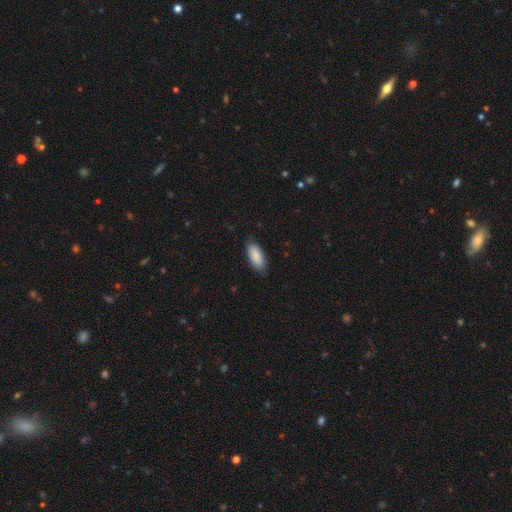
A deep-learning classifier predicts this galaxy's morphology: Smooth or featured? smooth (89%)
How rounded? in between (88%)
Merging? none (83%)